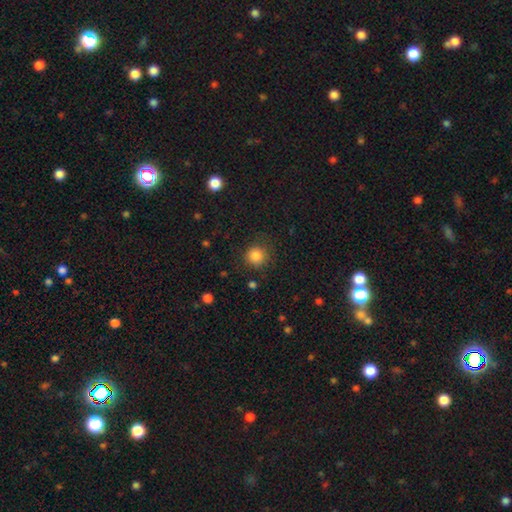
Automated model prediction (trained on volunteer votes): Overall: smooth (85%). How rounded: round (93%). Merging: none (86%).